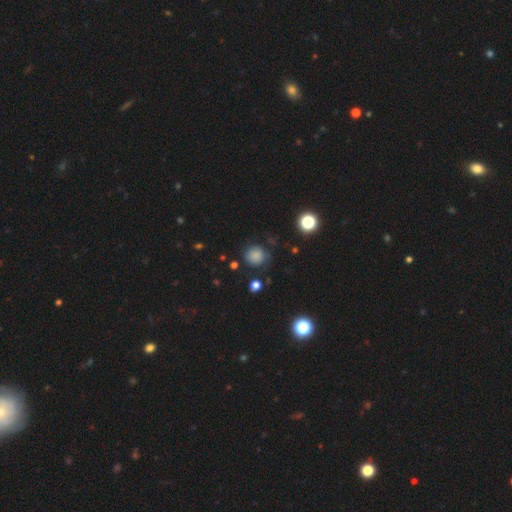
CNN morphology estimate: A smooth galaxy with no disk features (78%) that is round (88%).

Vote fractions:
- Smooth or featured? smooth: 78% / star or artifact: 13% / featured or disk: 9%
- How rounded? round: 88% / in between: 11% / cigar-shaped: 1%
- Merging? none: 71% / minor disturbance: 19% / major disturbance: 8% / merger: 3%